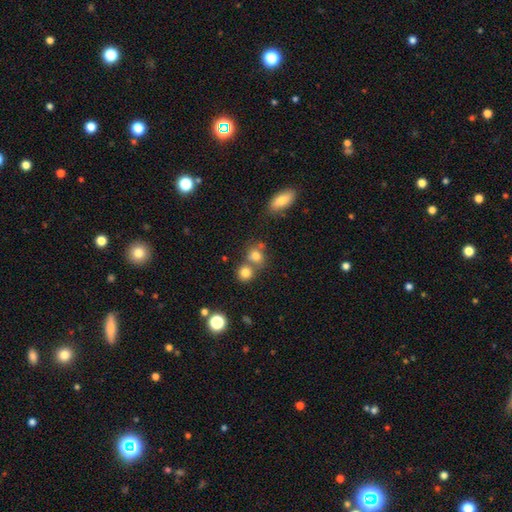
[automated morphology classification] smooth_or_featured: smooth (p=0.78) [alt: star or artifact p=0.13]
how_rounded: round (p=0.70) [alt: in between p=0.28]
merging: none (p=0.50) [alt: merger p=0.37]